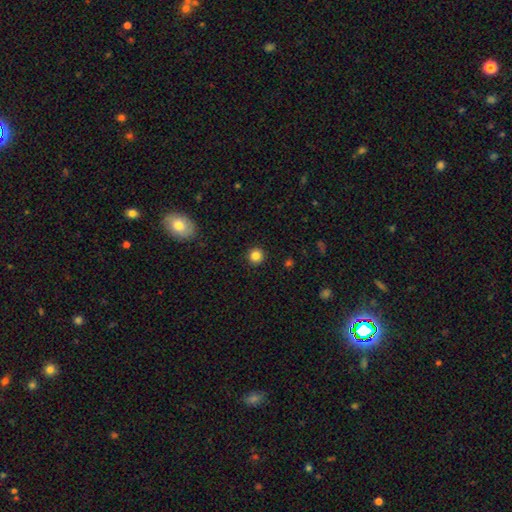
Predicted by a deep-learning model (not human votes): Morphology: type=smooth (85%); roundness=round (95%); merging=none (93%).